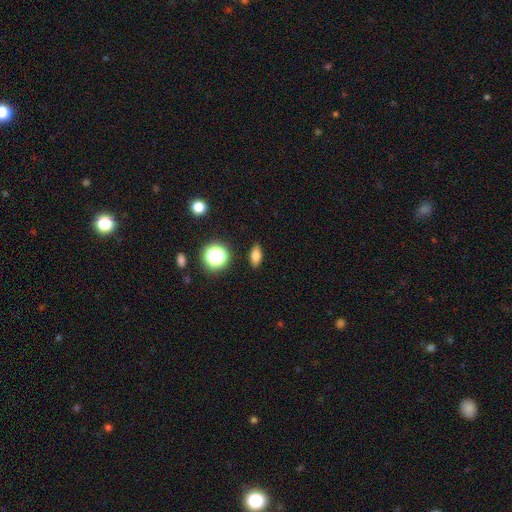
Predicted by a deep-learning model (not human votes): Overall: smooth (75%). How rounded: in between (78%). Merging: none (88%).